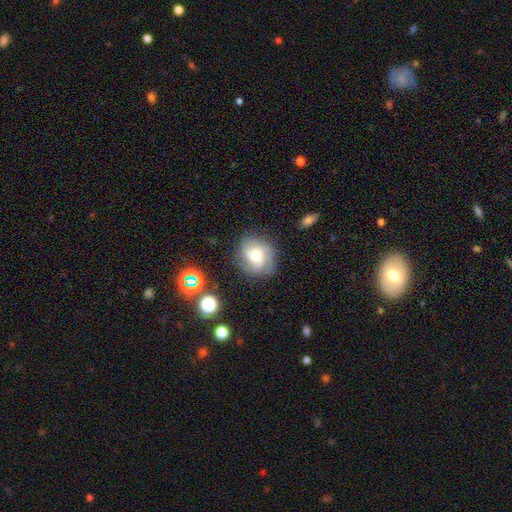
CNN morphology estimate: A featured or disk galaxy (65%) with no bar (66%), 3 (35%) tight (44%) spiral arms (91%) and a moderate central bulge (58%).

Vote fractions:
- Smooth or featured? featured or disk: 65% / smooth: 26% / star or artifact: 9%
- Edge-on disk? no: 97% / yes: 3%
- Bar? no: 66% / weak: 29% / strong: 5%
- Spiral arms? yes: 91% / no: 9%
- Spiral winding? tight: 44% / medium: 42% / loose: 14%
- Spiral arm count? 3: 35% / 2: 26% / can't tell: 23% / 4: 8% / 1: 5% / more than 4: 4%
- Bulge size? moderate: 58% / small: 33% / large: 6% / none: 1% / dominant: 1%
- Merging? none: 75% / minor disturbance: 16% / major disturbance: 6% / merger: 2%